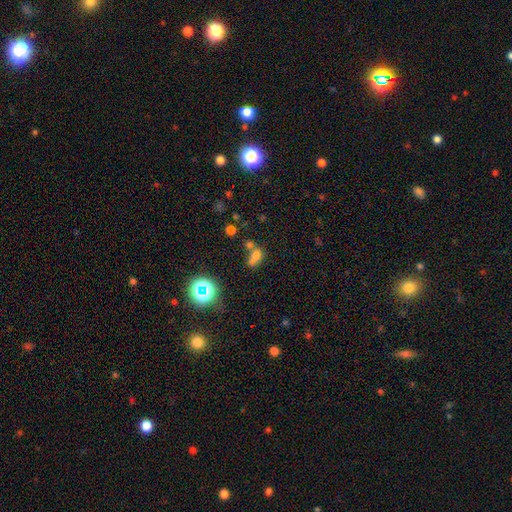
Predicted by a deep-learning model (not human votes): smooth 63%, star or artifact 23%, featured or disk 15%. Down the decision tree: how rounded — in between (62%); merging — merger (49%).